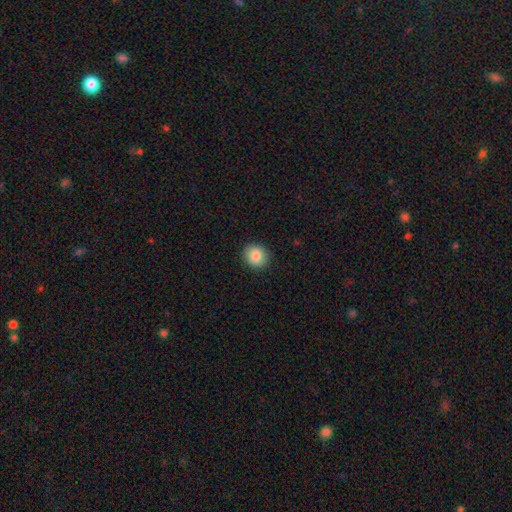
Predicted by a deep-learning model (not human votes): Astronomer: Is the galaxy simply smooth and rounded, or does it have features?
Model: smooth — 87%.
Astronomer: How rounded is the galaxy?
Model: round — 81%.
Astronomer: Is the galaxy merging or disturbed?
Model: none — 91%.